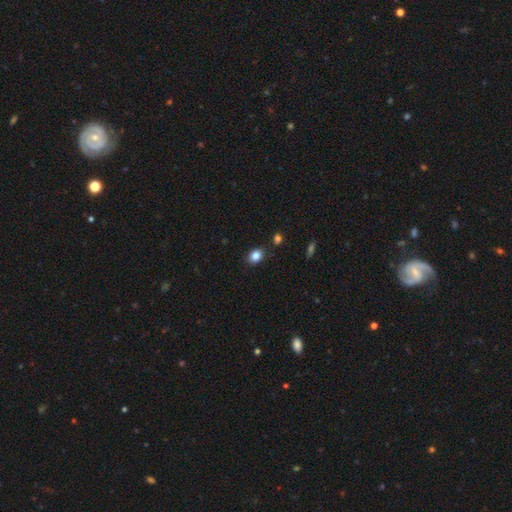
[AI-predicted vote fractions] Q: Smooth or featured?
A: smooth (84%); runner-up: star or artifact (10%)
Q: How rounded?
A: in between (55%); runner-up: round (44%)
Q: Merging?
A: none (81%); runner-up: minor disturbance (12%)